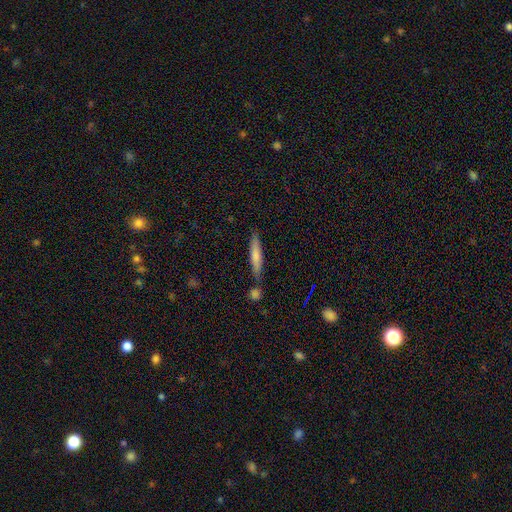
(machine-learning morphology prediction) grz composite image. It shows a smooth galaxy with no disk features (68%) that is cigar-shaped (91%). Merging: none (76%).